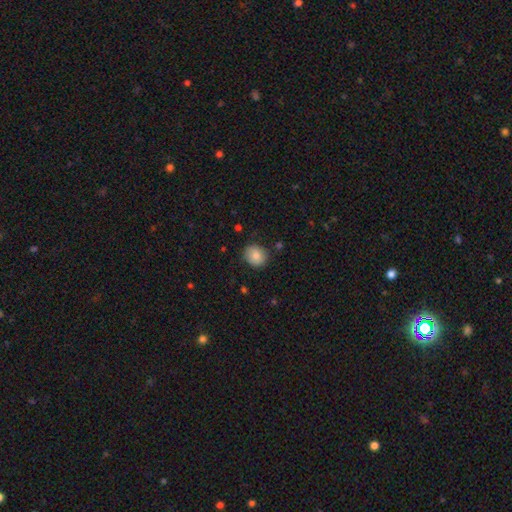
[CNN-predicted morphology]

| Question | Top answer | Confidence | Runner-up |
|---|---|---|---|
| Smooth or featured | smooth | 84% | star or artifact (8%) |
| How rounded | round | 77% | in between (22%) |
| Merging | none | 84% | minor disturbance (12%) |